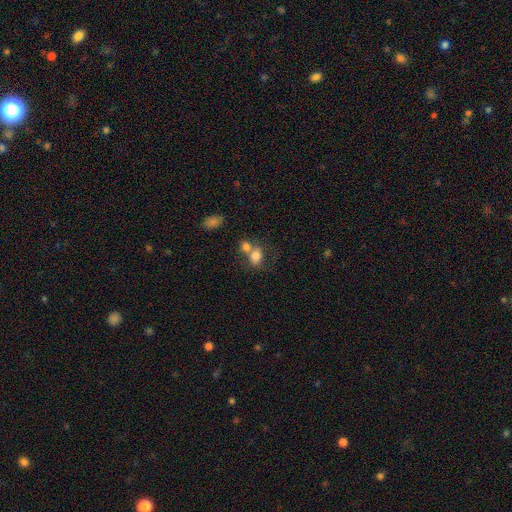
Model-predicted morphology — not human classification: type=smooth (77%); roundness=in between (57%); merging=merger (50%).